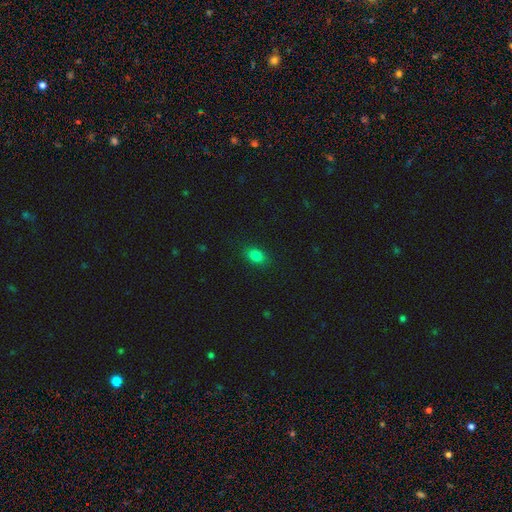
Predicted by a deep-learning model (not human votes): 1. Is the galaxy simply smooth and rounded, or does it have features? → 82% smooth, 12% star or artifact, 6% featured or disk.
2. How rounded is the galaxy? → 77% in between, 21% round, 2% cigar-shaped.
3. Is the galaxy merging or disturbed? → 87% none, 10% minor disturbance, 2% major disturbance, 1% merger.